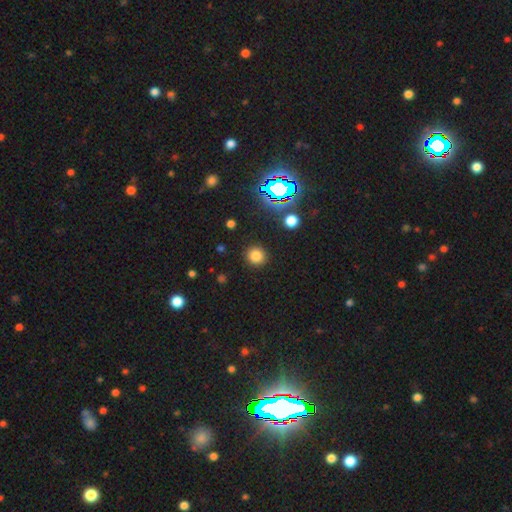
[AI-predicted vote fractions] smooth_or_featured: smooth (p=0.76) [alt: star or artifact p=0.18]
how_rounded: round (p=0.92) [alt: in between p=0.07]
merging: none (p=0.90) [alt: minor disturbance p=0.06]